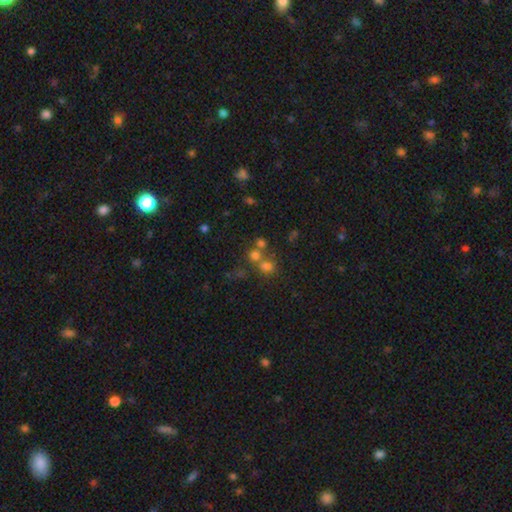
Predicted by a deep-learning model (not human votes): This appears to be a smooth galaxy with no disk features (58%) that is round (79%). Merging: none (48%).